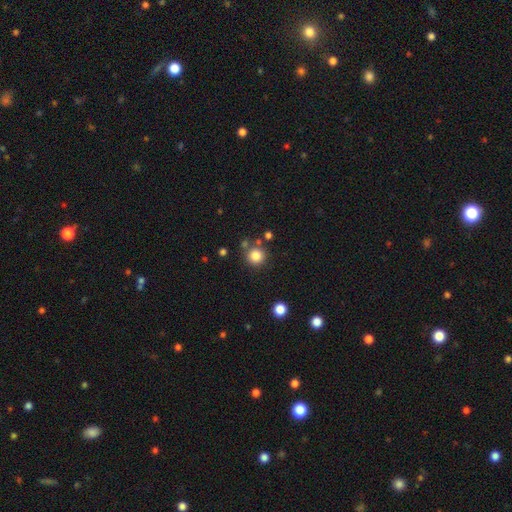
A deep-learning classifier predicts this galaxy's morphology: A smooth galaxy with no disk features (83%) that is round (94%). Merging: none (80%).